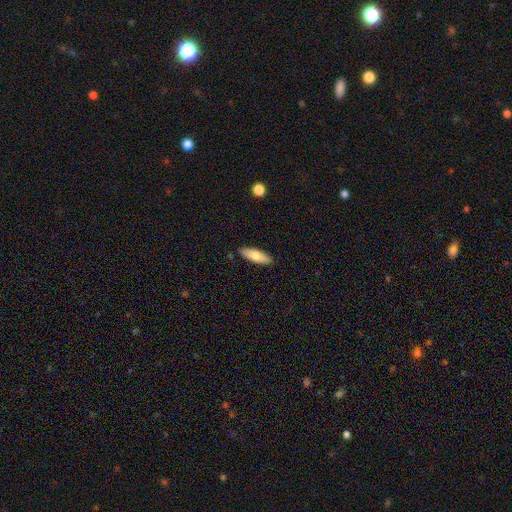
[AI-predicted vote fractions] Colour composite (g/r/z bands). It shows a smooth galaxy with no disk features (77%) that is in between round and cigar-shaped (57%). Merging: none (88%).